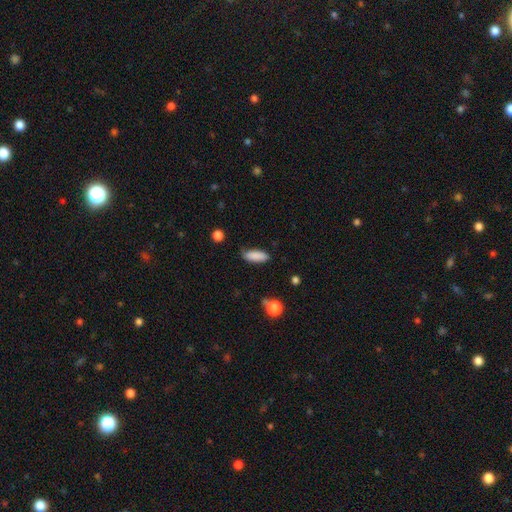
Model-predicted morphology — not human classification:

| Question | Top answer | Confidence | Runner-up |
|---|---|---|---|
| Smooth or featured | smooth | 87% | star or artifact (7%) |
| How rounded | in between | 69% | cigar-shaped (29%) |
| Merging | none | 75% | minor disturbance (19%) |